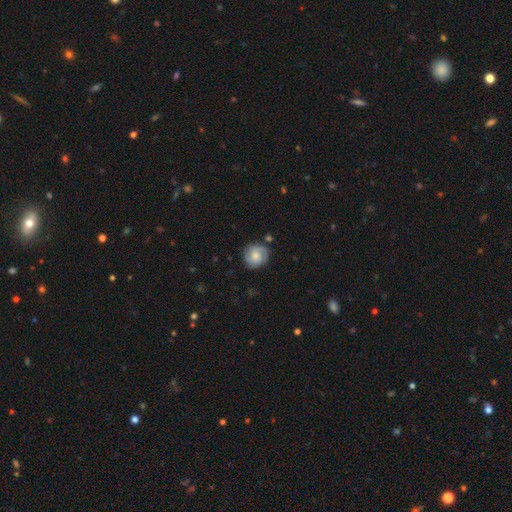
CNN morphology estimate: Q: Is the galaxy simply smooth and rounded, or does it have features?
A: featured or disk — 49%.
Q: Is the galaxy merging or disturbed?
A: none — 78%.